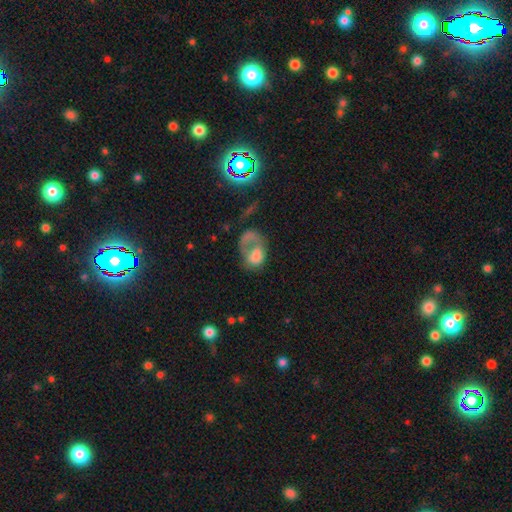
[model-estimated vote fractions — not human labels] Morphology: type=smooth (54%); roundness=in between (72%); merging=major disturbance (49%).